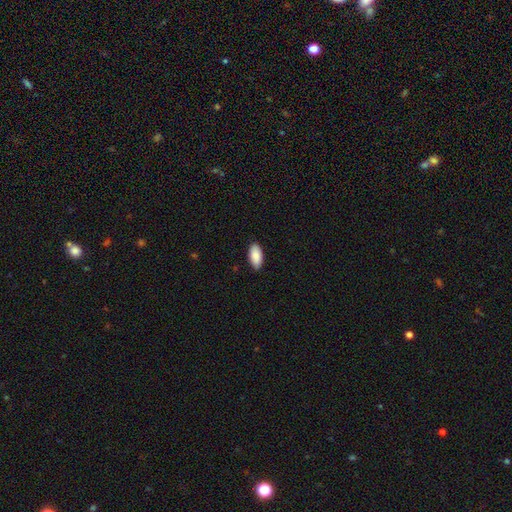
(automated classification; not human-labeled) Morphology: type=smooth (89%); roundness=in between (93%); merging=none (87%).